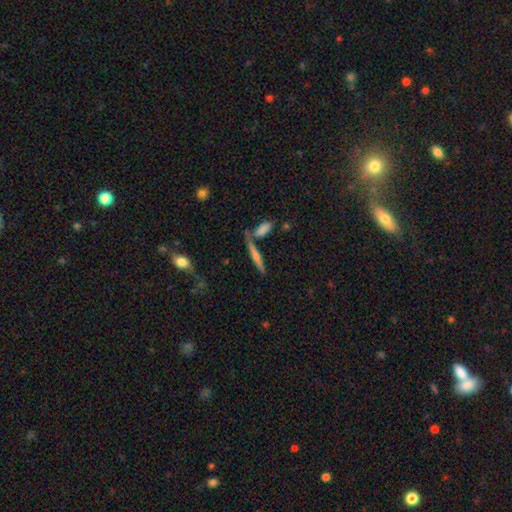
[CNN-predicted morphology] smooth-or-featured: featured or disk: 50% | smooth: 41% | star or artifact: 10%
  merging: none: 67% | merger: 18% | minor disturbance: 11% | major disturbance: 4%